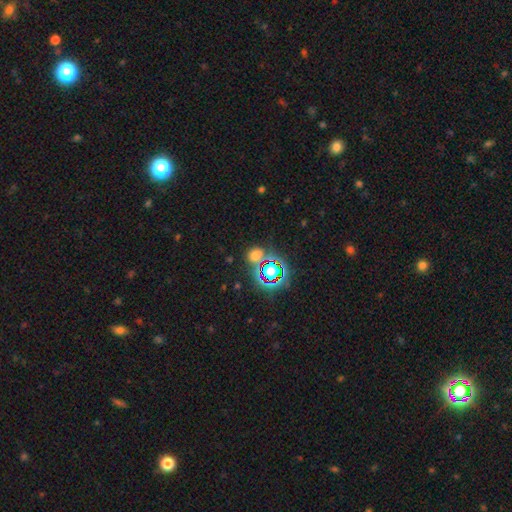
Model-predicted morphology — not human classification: A smooth galaxy with no disk features (51%) that is round (68%).

Vote fractions:
- Smooth or featured? smooth: 51% / star or artifact: 41% / featured or disk: 7%
- How rounded? round: 68% / in between: 30% / cigar-shaped: 2%
- Merging? none: 69% / merger: 14% / minor disturbance: 12% / major disturbance: 6%